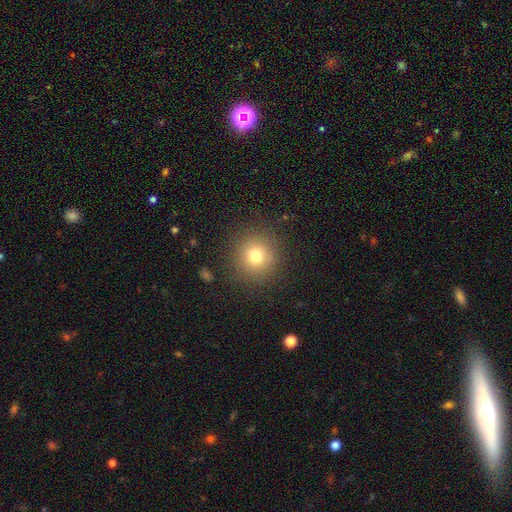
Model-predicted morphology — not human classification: Q: Smooth or featured?
A: smooth (75%); runner-up: star or artifact (14%)
Q: How rounded?
A: round (92%); runner-up: in between (7%)
Q: Merging?
A: none (87%); runner-up: minor disturbance (8%)